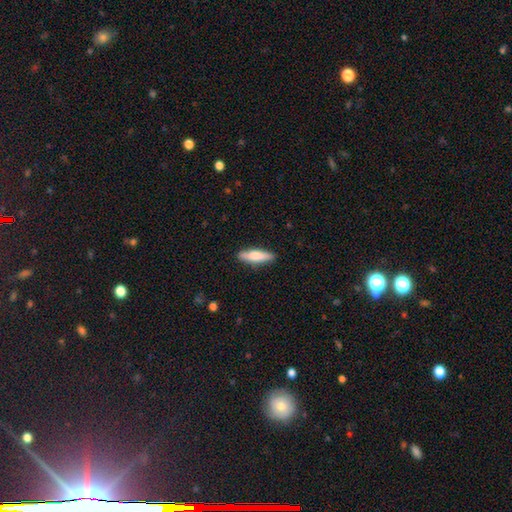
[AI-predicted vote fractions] Smooth or featured? smooth (71%)
How rounded? cigar-shaped (65%)
Merging? none (87%)